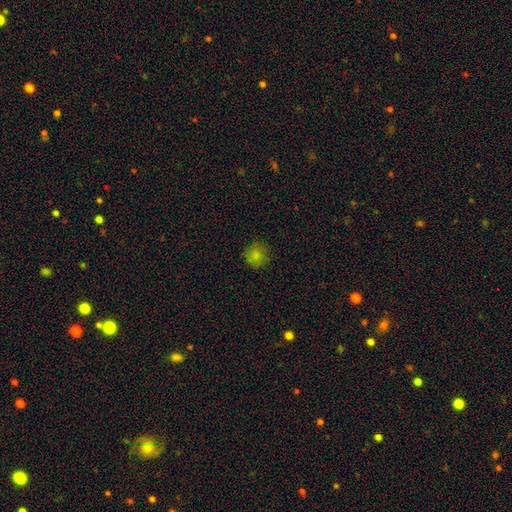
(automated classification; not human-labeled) Smooth or featured? Predicted: smooth (p=0.81). How rounded? Predicted: round (p=0.88). Merging? Predicted: none (p=0.81).